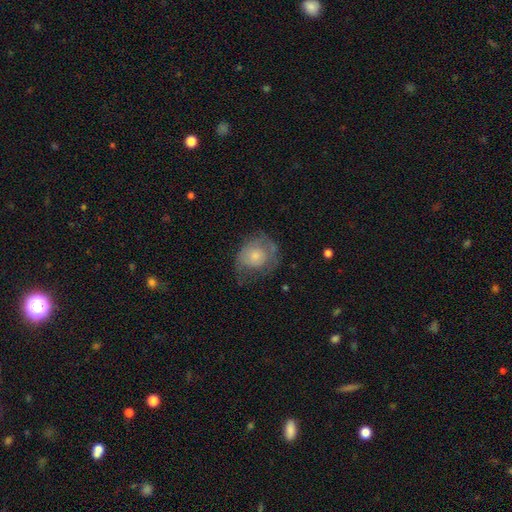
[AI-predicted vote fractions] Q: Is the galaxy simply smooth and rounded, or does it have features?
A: smooth — 52%.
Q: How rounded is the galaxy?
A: round — 68%.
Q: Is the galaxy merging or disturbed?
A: none — 43%.